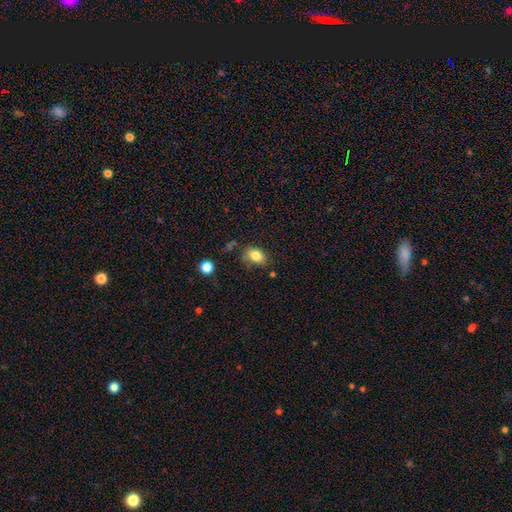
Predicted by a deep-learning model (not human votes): This appears to be a smooth galaxy with no disk features (81%) that is in between round and cigar-shaped (83%). Merging: none (68%).